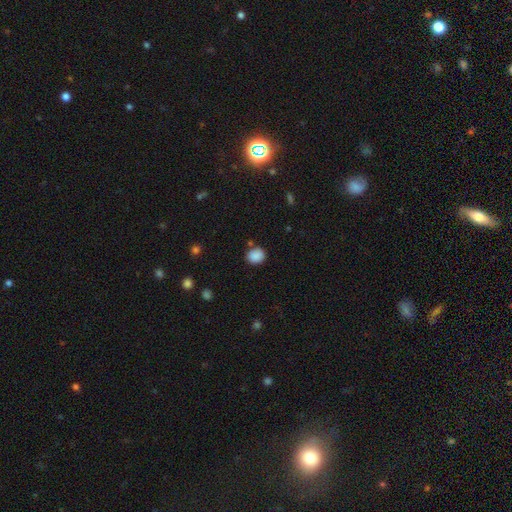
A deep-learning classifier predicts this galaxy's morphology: This is clearly a smooth galaxy (88%). How rounded: possibly round (60%). Merging: clearly none (81%).